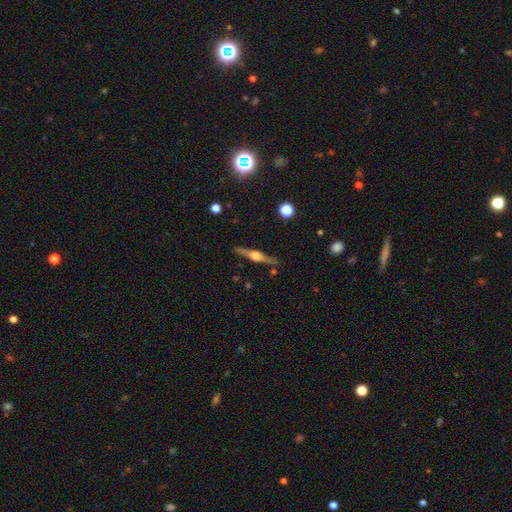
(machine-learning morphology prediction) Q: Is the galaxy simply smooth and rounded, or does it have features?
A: featured or disk — 77%.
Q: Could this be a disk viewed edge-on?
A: yes — 98%.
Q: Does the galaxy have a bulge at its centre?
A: rounded — 91%.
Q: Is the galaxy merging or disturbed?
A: none — 88%.